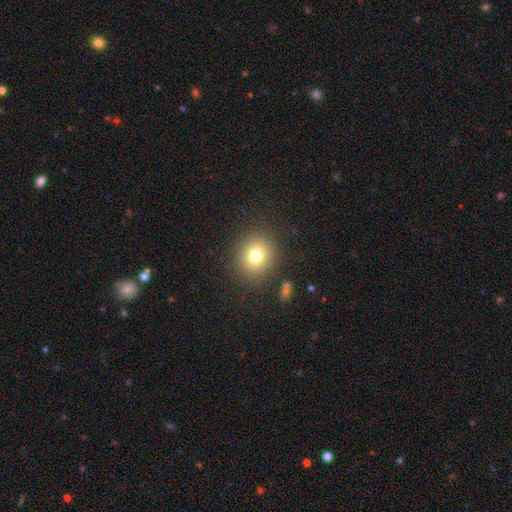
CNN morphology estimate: smooth-or-featured: smooth: 78% | star or artifact: 13% | featured or disk: 9%
  how-rounded: round: 78% | in between: 21% | cigar-shaped: 1%
  merging: none: 86% | minor disturbance: 8% | major disturbance: 4% | merger: 2%